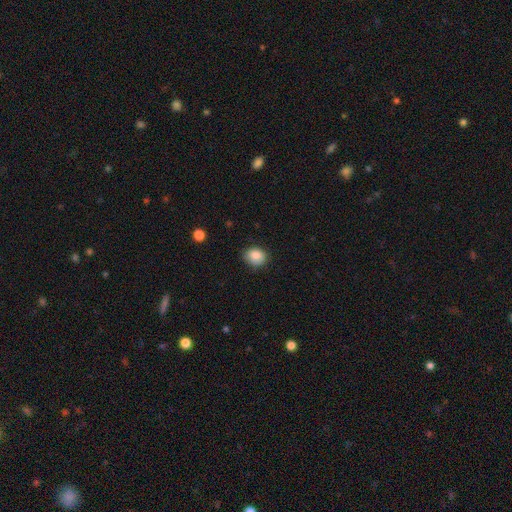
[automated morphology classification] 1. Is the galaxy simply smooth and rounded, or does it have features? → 86% smooth, 8% star or artifact, 5% featured or disk.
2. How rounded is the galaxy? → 50% round, 49% in between, 1% cigar-shaped.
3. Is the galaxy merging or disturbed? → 78% none, 17% minor disturbance, 3% major disturbance, 1% merger.